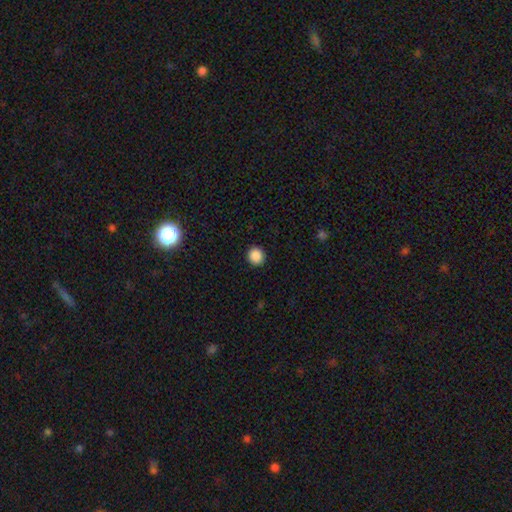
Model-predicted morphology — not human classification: This appears to be a smooth galaxy with no disk features (88%) that is round (92%). Merging: none (92%).